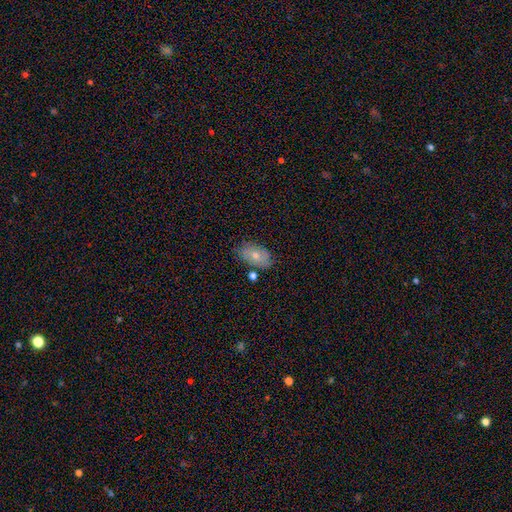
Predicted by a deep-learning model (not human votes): Overall: smooth (66%). How rounded: in between (91%). Merging: none (70%).